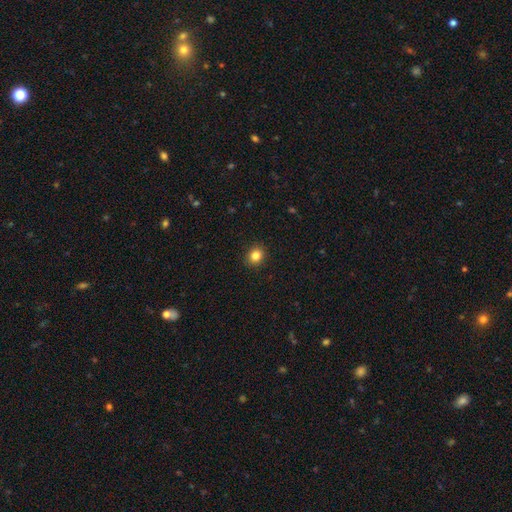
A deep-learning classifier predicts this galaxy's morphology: This is clearly a smooth galaxy (84%). How rounded: likely round (75%). Merging: clearly none (92%).